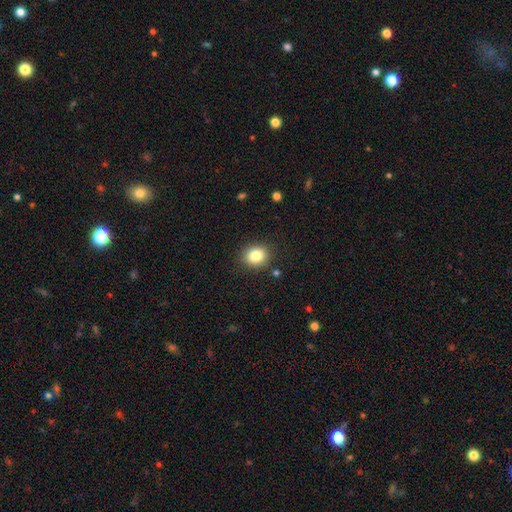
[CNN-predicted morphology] Smooth or featured?
  - smooth: 83% *
  - star or artifact: 10%
  - featured or disk: 7%
How rounded?
  - round: 72% *
  - in between: 27%
  - cigar-shaped: 1%
Merging?
  - none: 88% *
  - minor disturbance: 8%
  - major disturbance: 2%
  - merger: 1%